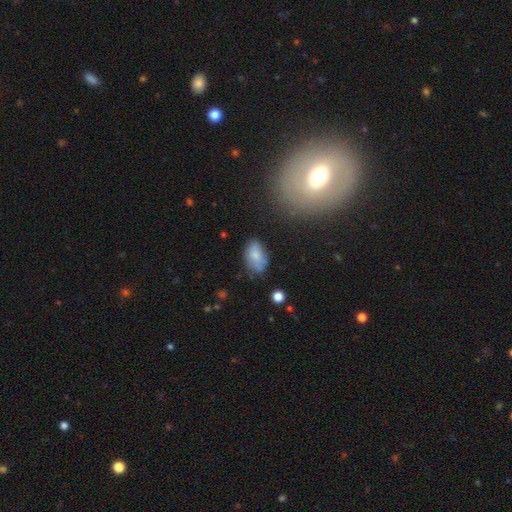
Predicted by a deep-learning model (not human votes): smooth_or_featured: smooth (p=0.74) [alt: featured or disk p=0.18]
how_rounded: in between (p=0.92) [alt: round p=0.06]
merging: none (p=0.62) [alt: minor disturbance p=0.26]